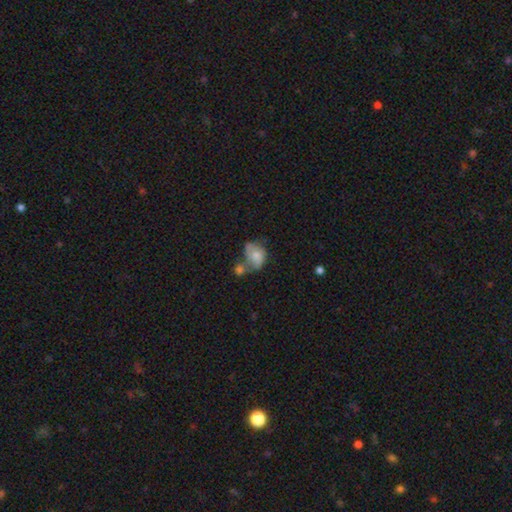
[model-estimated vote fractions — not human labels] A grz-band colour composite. It shows a smooth galaxy with no disk features (56%) that is in between round and cigar-shaped (60%). Merging: merger (40%).